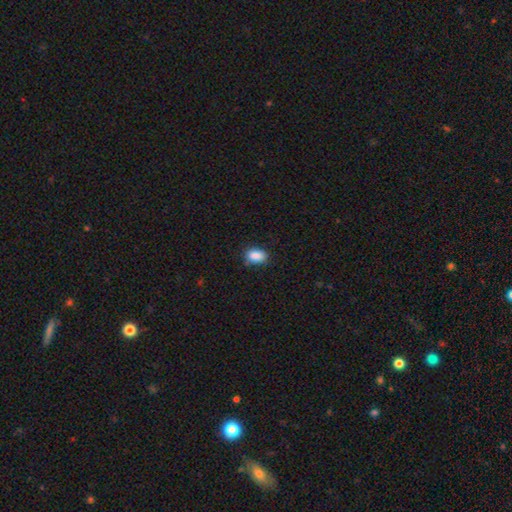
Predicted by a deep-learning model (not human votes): Smooth or featured? Predicted: smooth (p=0.88). How rounded? Predicted: in between (p=0.84). Merging? Predicted: none (p=0.80).